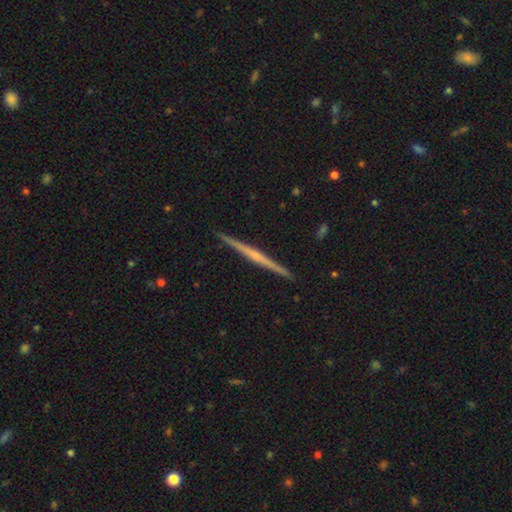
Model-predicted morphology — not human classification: A featured or disk galaxy (75%) viewed edge-on (99%) with a rounded central bulge (47%).

Vote fractions:
- Smooth or featured? featured or disk: 75% / smooth: 19% / star or artifact: 5%
- Edge-on disk? yes: 99% / no: 1%
- Edge-on bulge? rounded: 47% / none: 44% / boxy: 9%
- Merging? none: 93% / minor disturbance: 5% / major disturbance: 1% / merger: 1%